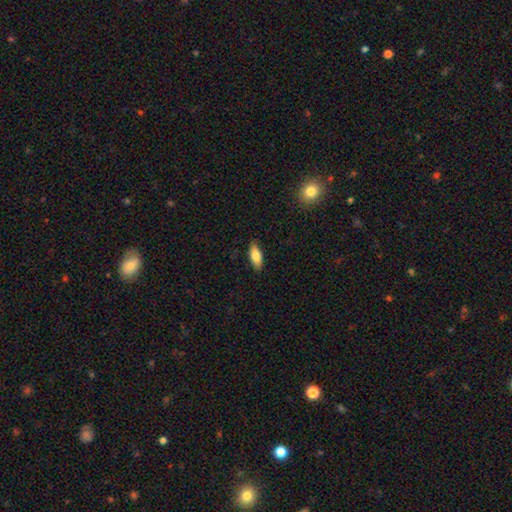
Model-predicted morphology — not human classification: smooth-or-featured: smooth: 82% | featured or disk: 12% | star or artifact: 6%
  how-rounded: in between: 79% | cigar-shaped: 18% | round: 2%
  merging: none: 88% | minor disturbance: 9% | major disturbance: 2% | merger: 1%